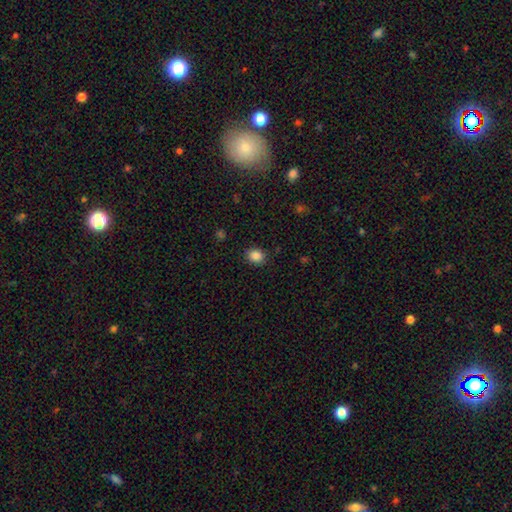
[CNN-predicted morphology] The model was most divided on "how rounded": round: 63%, in between: 37%, cigar-shaped: 1%. More confident: merging — none (87%); smooth or featured — smooth (86%).